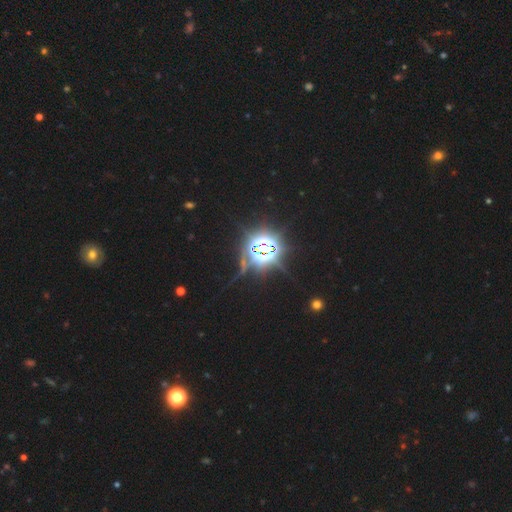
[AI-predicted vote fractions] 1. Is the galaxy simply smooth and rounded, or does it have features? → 85% star or artifact, 9% smooth, 7% featured or disk.